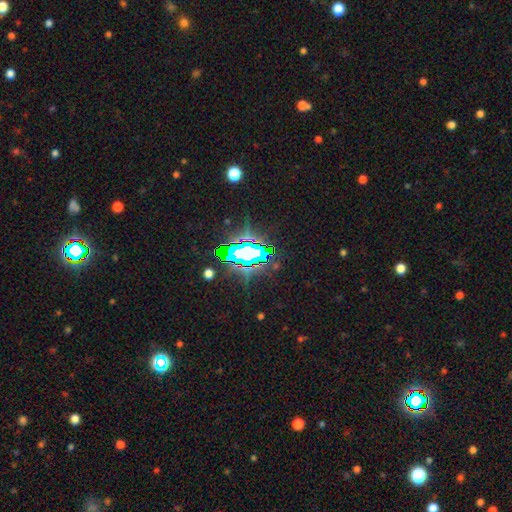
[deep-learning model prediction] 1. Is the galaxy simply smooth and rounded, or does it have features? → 77% star or artifact, 13% smooth, 11% featured or disk.